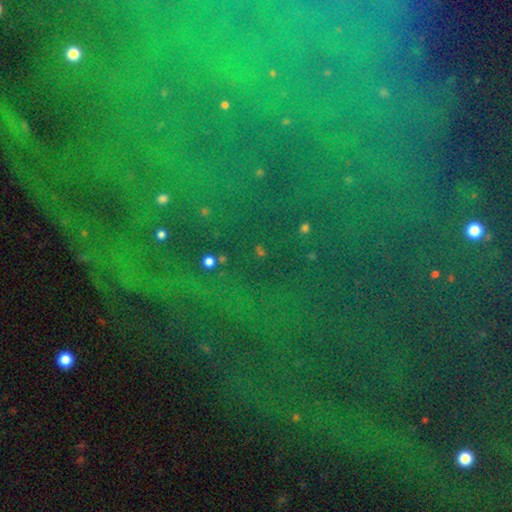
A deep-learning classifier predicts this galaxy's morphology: A star or artifact, not a galaxy (83%).